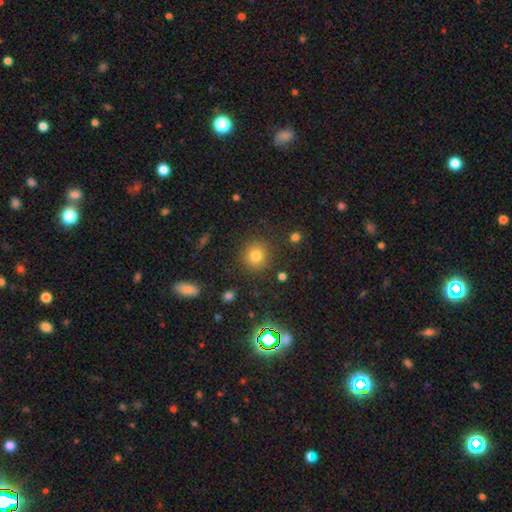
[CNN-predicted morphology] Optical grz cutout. It shows a smooth galaxy with no disk features (77%) that is round (91%). Merging: none (88%).